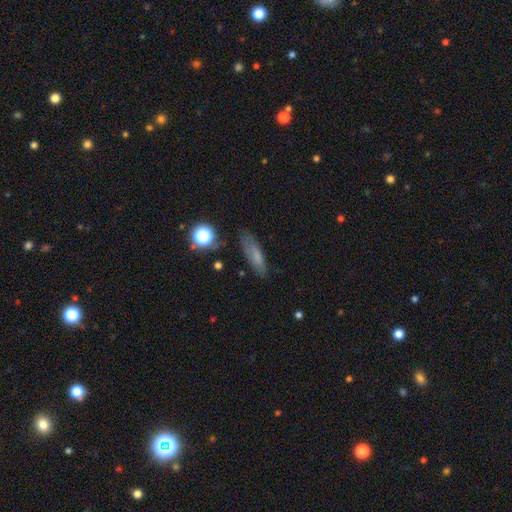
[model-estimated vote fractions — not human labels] Smooth or featured: smooth — 65% (featured or disk — 21%)
How rounded: cigar-shaped — 57% (in between — 39%)
Merging: none — 72% (minor disturbance — 20%)